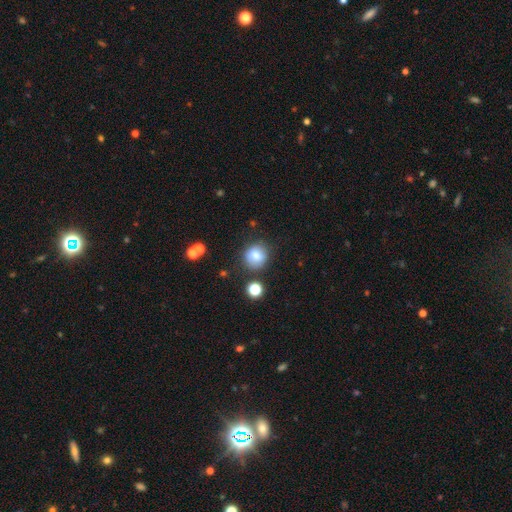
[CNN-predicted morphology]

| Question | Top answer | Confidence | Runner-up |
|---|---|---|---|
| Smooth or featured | smooth | 78% | star or artifact (11%) |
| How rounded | round | 83% | in between (16%) |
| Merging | none | 79% | minor disturbance (12%) |